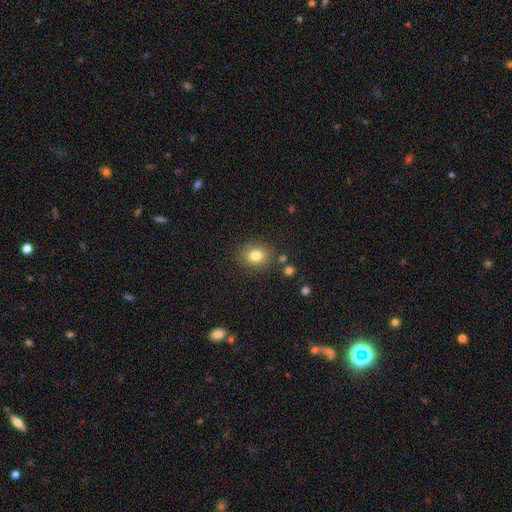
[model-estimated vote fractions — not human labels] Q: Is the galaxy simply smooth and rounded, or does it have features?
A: smooth — 81%.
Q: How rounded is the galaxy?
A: round — 68%.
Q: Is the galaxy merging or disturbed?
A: none — 83%.